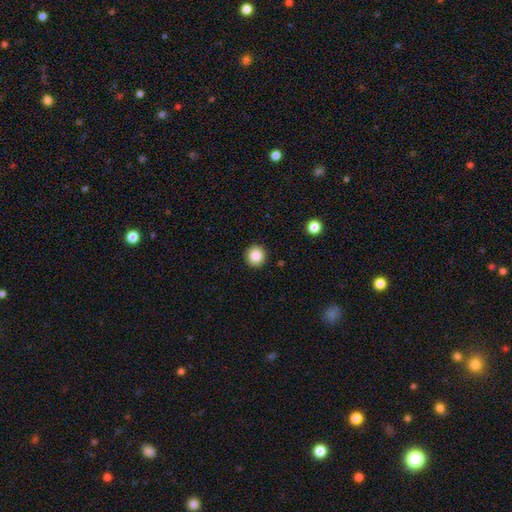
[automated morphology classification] Smooth or featured? smooth (86%)
How rounded? round (92%)
Merging? none (92%)